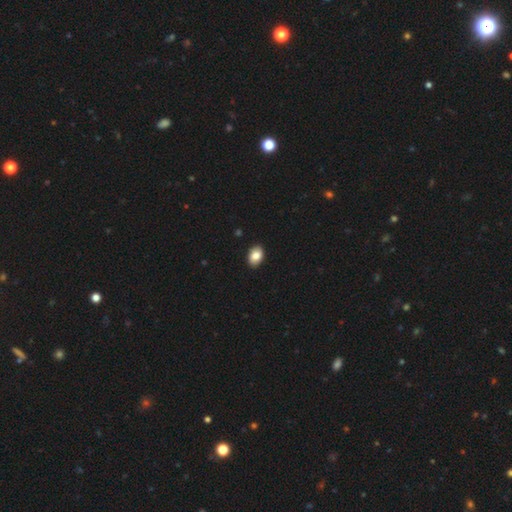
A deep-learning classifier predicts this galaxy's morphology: Smooth or featured? smooth (86%)
How rounded? in between (86%)
Merging? none (90%)